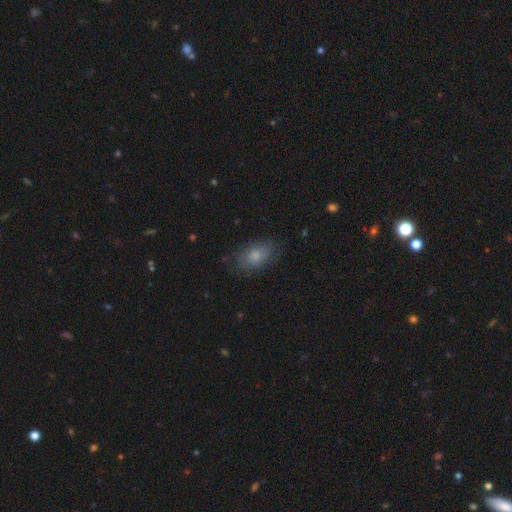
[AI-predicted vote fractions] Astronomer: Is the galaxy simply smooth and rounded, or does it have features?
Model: smooth — 77%.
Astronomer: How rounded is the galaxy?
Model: in between — 88%.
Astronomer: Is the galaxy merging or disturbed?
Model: none — 74%.